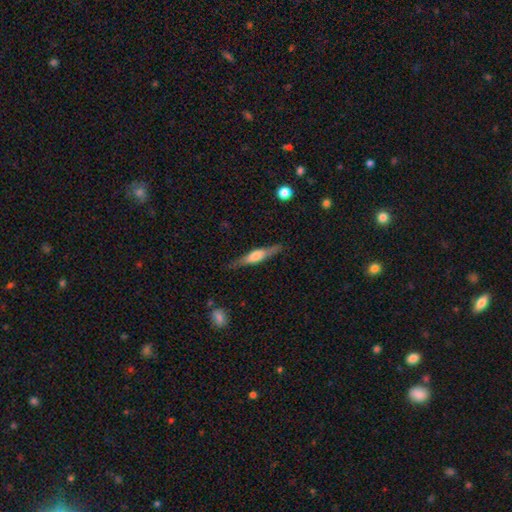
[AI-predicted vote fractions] smooth_or_featured: featured or disk (p=0.56) [alt: smooth p=0.39]
disk_edge_on: yes (p=0.94) [alt: no p=0.06]
edge_on_bulge: rounded (p=0.73) [alt: boxy p=0.19]
merging: none (p=0.82) [alt: minor disturbance p=0.13]